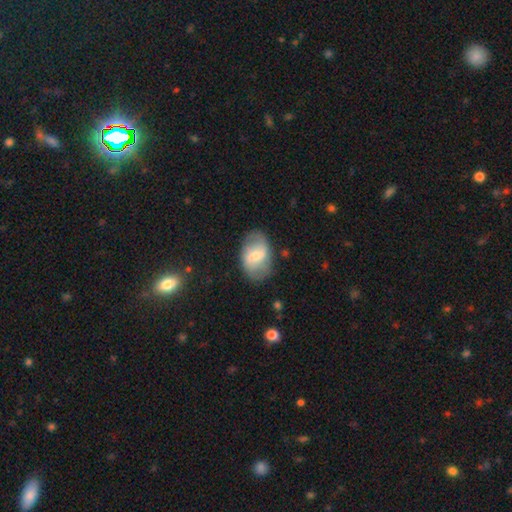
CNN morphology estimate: This appears to be a featured or disk galaxy (47%). Merging: none (74%).